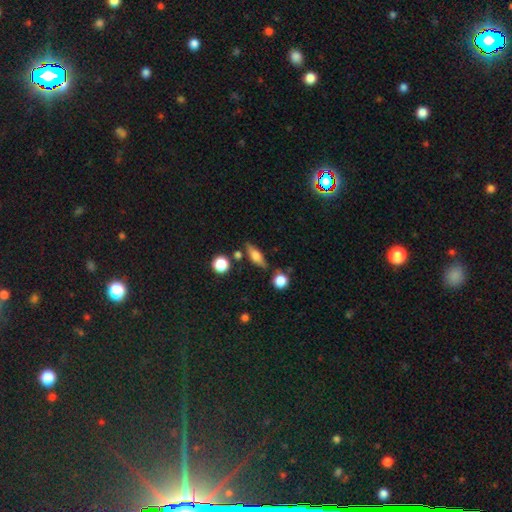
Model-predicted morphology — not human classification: Overall: smooth (55%; featured or disk 36%). How rounded: in between (53%; cigar-shaped 38%). Merging: none (76%).